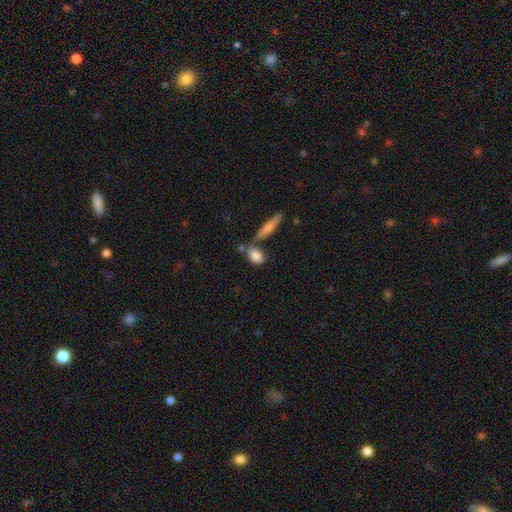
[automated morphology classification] This is clearly a smooth galaxy (82%). How rounded: likely in between (78%). Merging: possibly none (58%).